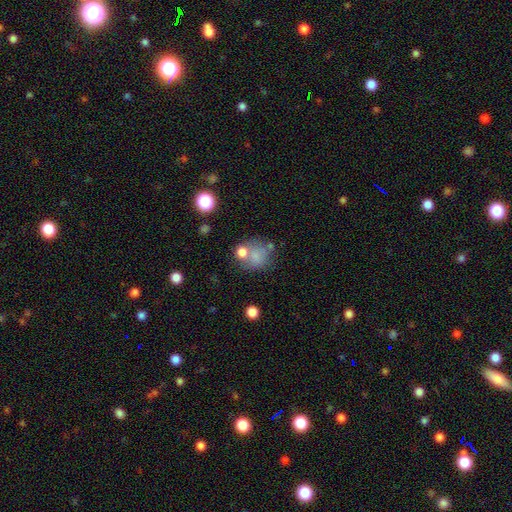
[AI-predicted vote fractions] Smooth or featured?
  - smooth: 69% *
  - featured or disk: 17%
  - star or artifact: 14%
How rounded?
  - round: 72% *
  - in between: 26%
  - cigar-shaped: 1%
Merging?
  - none: 47% *
  - merger: 24%
  - minor disturbance: 17%
  - major disturbance: 12%